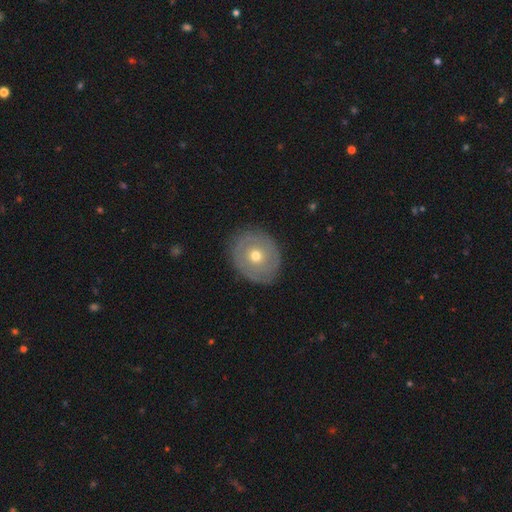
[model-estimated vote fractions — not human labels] This appears to be a featured or disk galaxy (60%) with no bar (88%), spiral arms (53%) and a moderate central bulge (63%). Merging: none (85%).